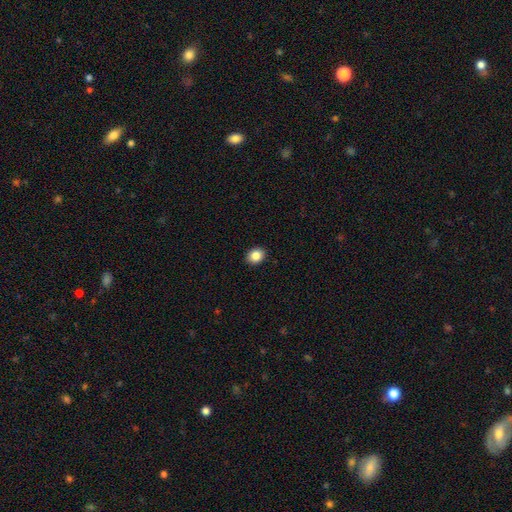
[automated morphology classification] smooth_or_featured: smooth (p=0.86) [alt: star or artifact p=0.09]
how_rounded: round (p=0.51) [alt: in between p=0.48]
merging: none (p=0.91) [alt: minor disturbance p=0.07]